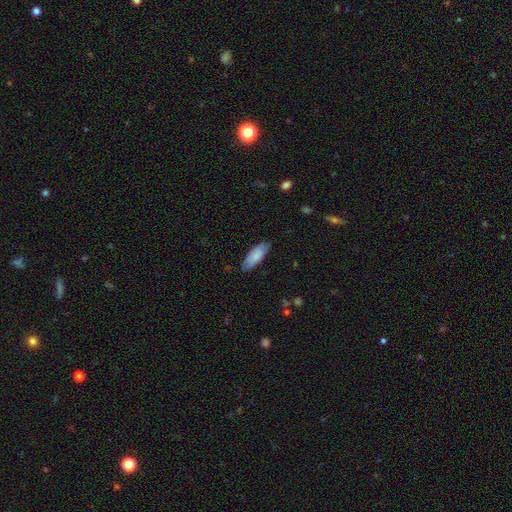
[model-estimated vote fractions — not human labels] A smooth galaxy with no disk features (83%) that is in between round and cigar-shaped (68%). Merging: none (82%).